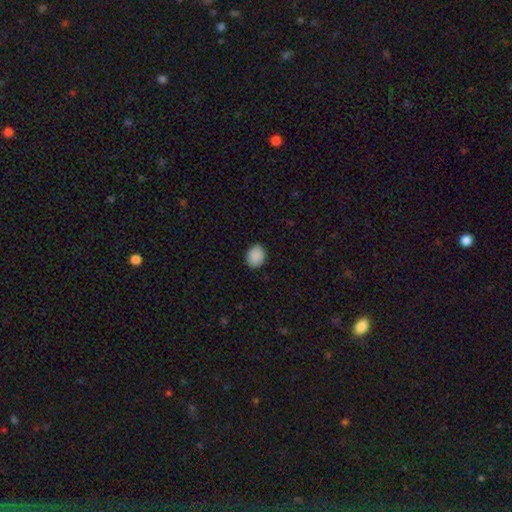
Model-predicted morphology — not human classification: type=smooth (90%); roundness=in between (52%); merging=none (88%).